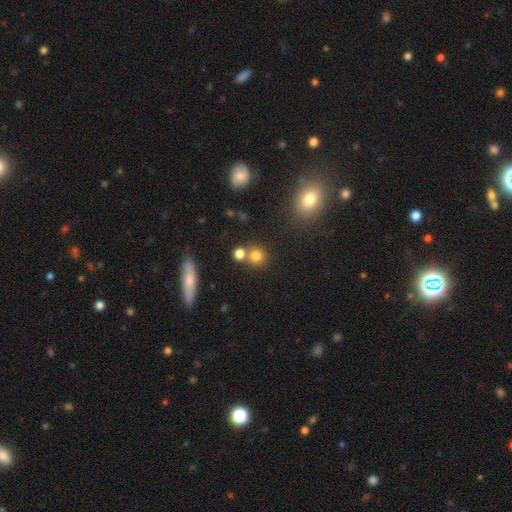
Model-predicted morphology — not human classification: The model was most divided on "merging": none: 61%, merger: 27%, minor disturbance: 8%, major disturbance: 3%. More confident: how rounded — round (88%); smooth or featured — smooth (77%).